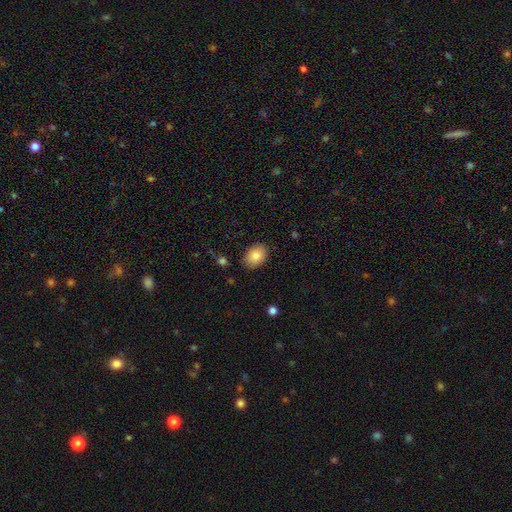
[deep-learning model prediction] A smooth galaxy with no disk features (85%) that is in between round and cigar-shaped (74%). Merging: none (86%).